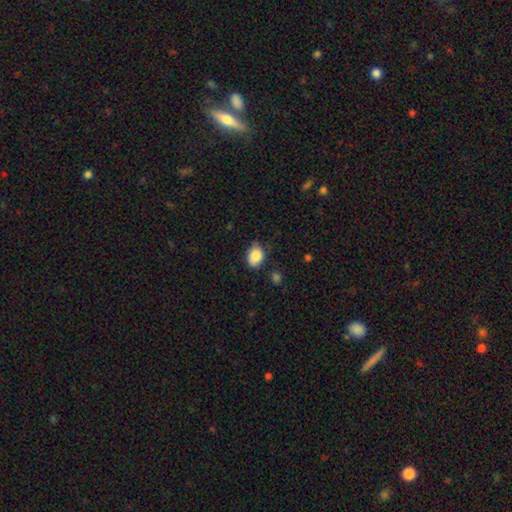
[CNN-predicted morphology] smooth-or-featured: smooth: 84% | star or artifact: 8% | featured or disk: 7%
  how-rounded: in between: 70% | round: 29% | cigar-shaped: 1%
  merging: none: 68% | minor disturbance: 25% | major disturbance: 5% | merger: 3%